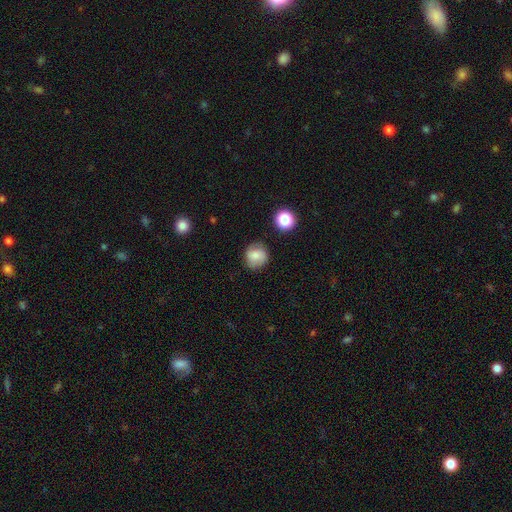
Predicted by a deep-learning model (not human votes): Smooth or featured? smooth (71%)
How rounded? round (86%)
Merging? none (80%)